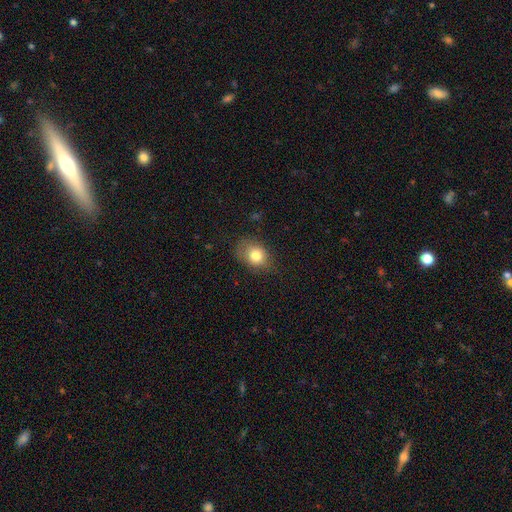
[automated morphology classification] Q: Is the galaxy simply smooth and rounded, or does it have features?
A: smooth — 78%.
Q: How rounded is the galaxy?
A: in between — 57%.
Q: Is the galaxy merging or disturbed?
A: none — 68%.